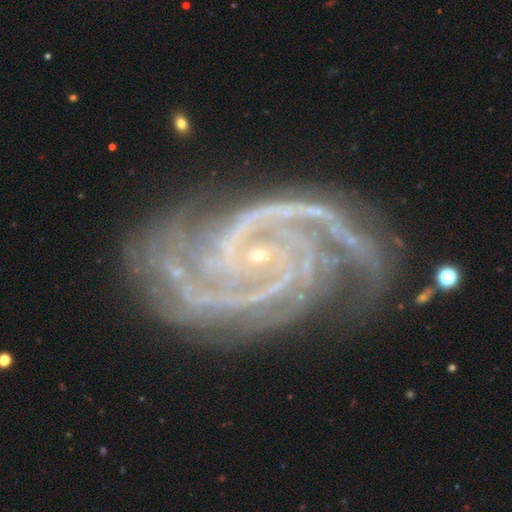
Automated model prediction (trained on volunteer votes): This is clearly a featured or disk galaxy (94%). It is clearly not viewed edge-on (98%). Bar: possibly no (53%). Spiral arm pattern: clearly yes (99%). Spiral arm count: marginally 2 (35%). Spiral winding: possibly tight (55%). Central bulge: clearly small (88%). Merging: likely none (70%).